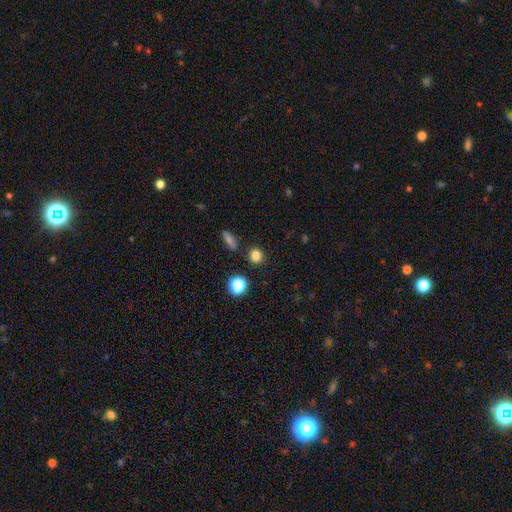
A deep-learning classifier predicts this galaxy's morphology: Q: Smooth or featured?
A: smooth (81%); runner-up: star or artifact (14%)
Q: How rounded?
A: round (89%); runner-up: in between (9%)
Q: Merging?
A: none (86%); runner-up: minor disturbance (7%)